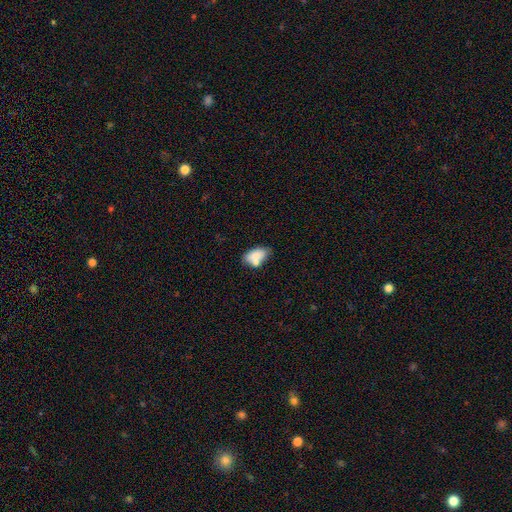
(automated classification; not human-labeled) Smooth or featured? Predicted: smooth (p=0.77). How rounded? Predicted: in between (p=0.90). Merging? Predicted: none (p=0.48).